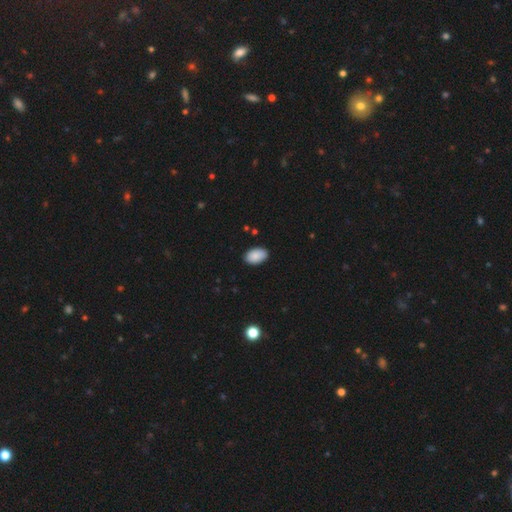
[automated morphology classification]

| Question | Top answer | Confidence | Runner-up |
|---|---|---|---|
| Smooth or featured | smooth | 87% | star or artifact (7%) |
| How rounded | in between | 92% | round (7%) |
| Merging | none | 87% | minor disturbance (10%) |